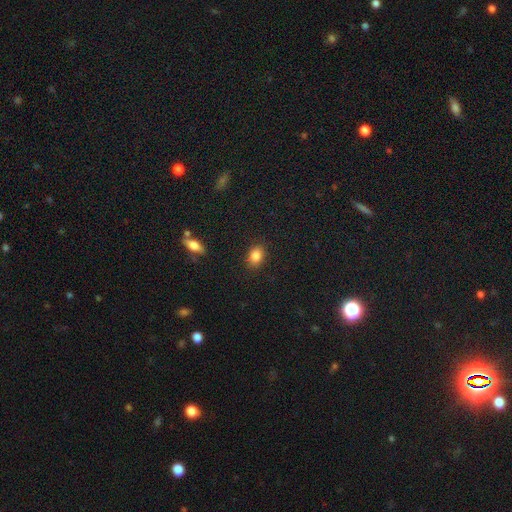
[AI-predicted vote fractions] Q: Smooth or featured?
A: smooth (85%); runner-up: star or artifact (9%)
Q: How rounded?
A: in between (74%); runner-up: round (24%)
Q: Merging?
A: none (86%); runner-up: minor disturbance (10%)